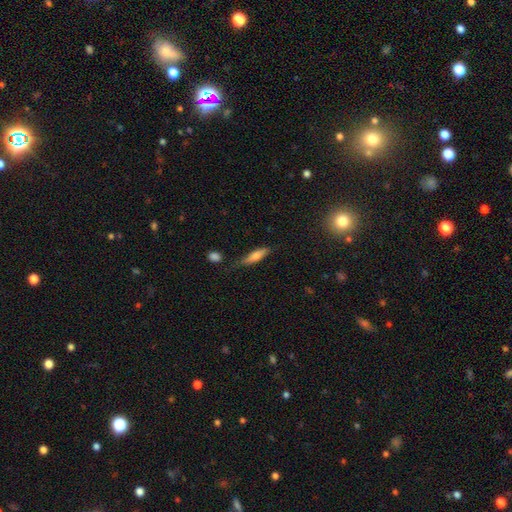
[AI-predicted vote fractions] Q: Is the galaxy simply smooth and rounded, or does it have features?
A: smooth — 63%.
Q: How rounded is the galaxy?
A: cigar-shaped — 65%.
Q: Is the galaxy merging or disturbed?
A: none — 62%.